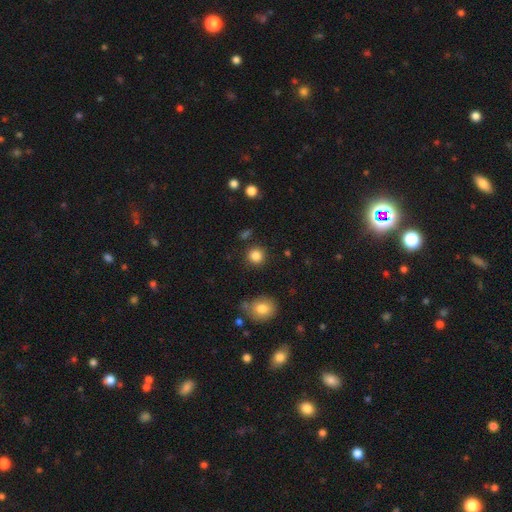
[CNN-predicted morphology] Smooth or featured? smooth (85%)
How rounded? round (93%)
Merging? none (88%)